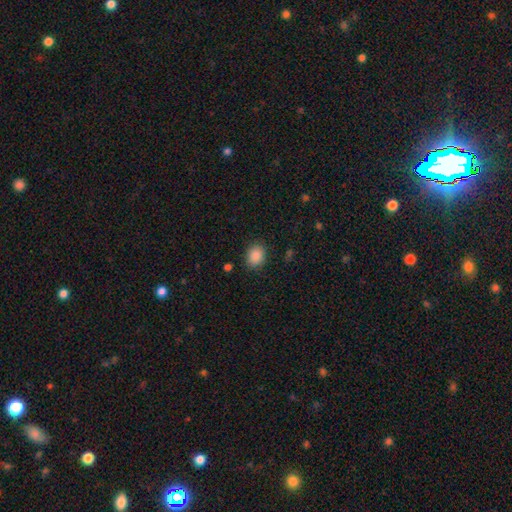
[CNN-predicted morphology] The model was most divided on "how rounded": in between: 52%, round: 47%, cigar-shaped: 1%. More confident: smooth or featured — smooth (88%); merging — none (85%).